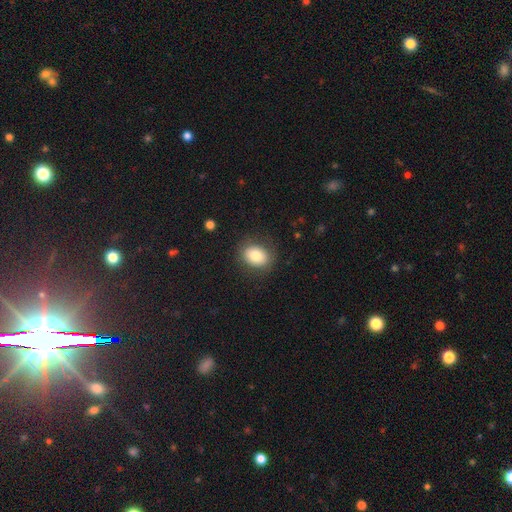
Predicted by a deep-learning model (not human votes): Smooth or featured? Predicted: smooth (p=0.81). How rounded? Predicted: in between (p=0.62). Merging? Predicted: none (p=0.84).